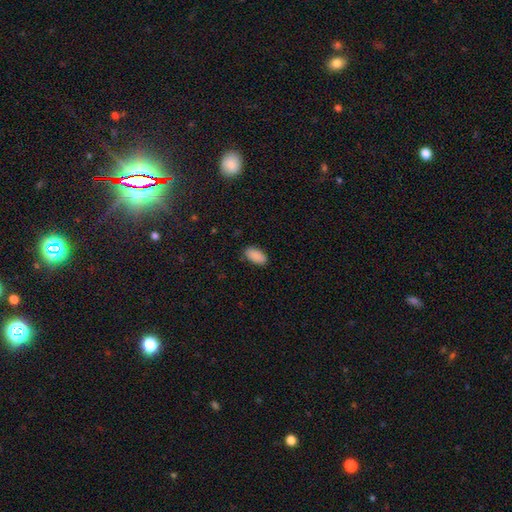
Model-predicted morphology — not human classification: Smooth or featured?
  - smooth: 90% *
  - star or artifact: 7%
  - featured or disk: 3%
How rounded?
  - in between: 94% *
  - cigar-shaped: 4%
  - round: 2%
Merging?
  - none: 85% *
  - minor disturbance: 11%
  - major disturbance: 2%
  - merger: 1%